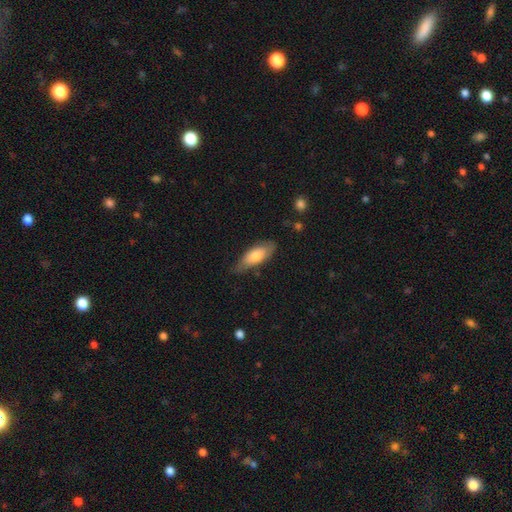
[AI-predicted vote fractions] smooth-or-featured: smooth: 74% | featured or disk: 21% | star or artifact: 5%
  how-rounded: in between: 74% | cigar-shaped: 24% | round: 2%
  merging: none: 73% | minor disturbance: 22% | major disturbance: 4% | merger: 2%